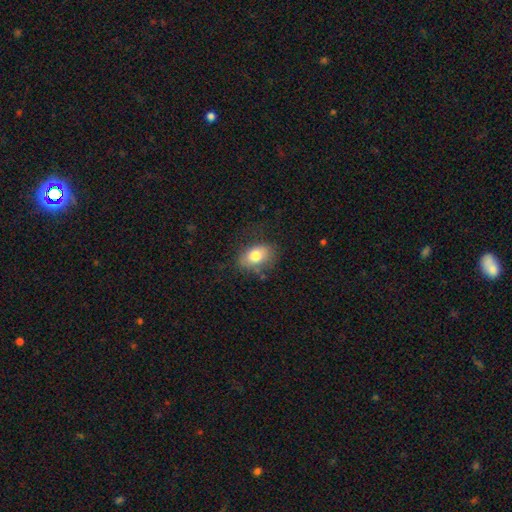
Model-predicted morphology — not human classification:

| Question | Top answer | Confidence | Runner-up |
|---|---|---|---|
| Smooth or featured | smooth | 79% | featured or disk (13%) |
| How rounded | in between | 83% | round (15%) |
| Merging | none | 69% | minor disturbance (21%) |